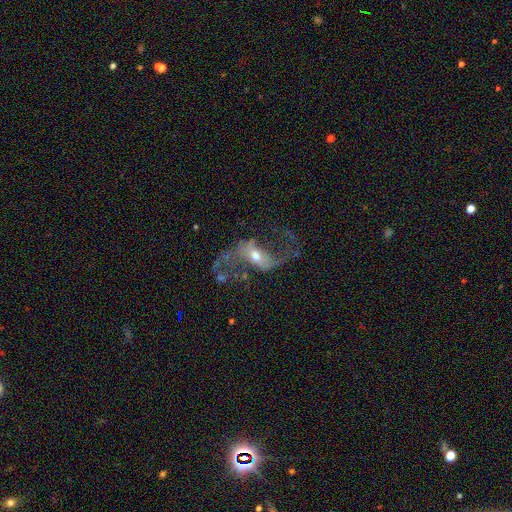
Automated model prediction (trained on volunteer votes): A featured or disk galaxy (81%) with a weak bar (37%, tied with no), 2 (90%) loose (85%) spiral arms (84%) and a moderate central bulge (58%). Merging: none (43%).